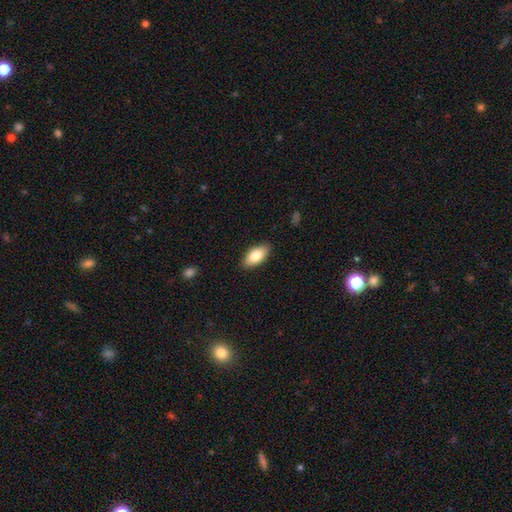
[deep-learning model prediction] This appears to be a smooth galaxy with no disk features (81%) that is in between round and cigar-shaped (90%). Merging: none (88%).